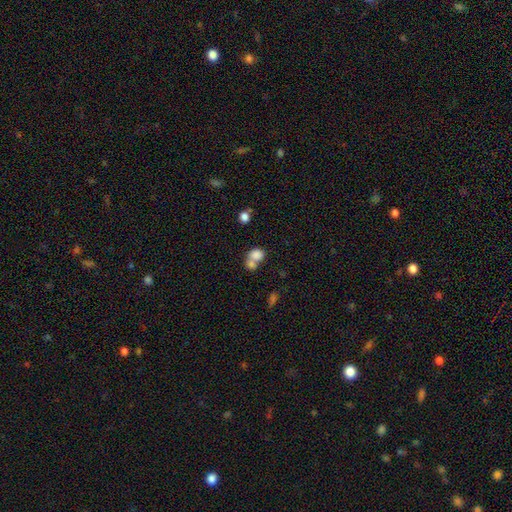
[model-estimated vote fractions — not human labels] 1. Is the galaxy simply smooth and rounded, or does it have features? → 79% smooth, 12% featured or disk, 10% star or artifact.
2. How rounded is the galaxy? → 52% round, 47% in between, 1% cigar-shaped.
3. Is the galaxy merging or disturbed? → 61% merger, 27% none, 7% minor disturbance, 5% major disturbance.